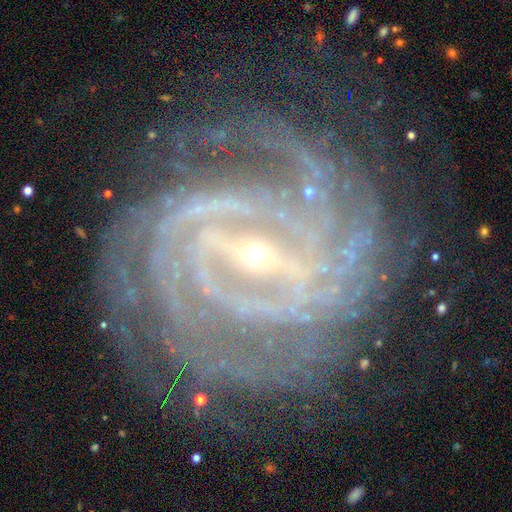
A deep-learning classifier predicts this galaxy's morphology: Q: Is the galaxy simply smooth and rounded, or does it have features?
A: featured or disk — 92%.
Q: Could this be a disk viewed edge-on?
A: no — 96%.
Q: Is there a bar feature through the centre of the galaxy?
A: strong — 67%.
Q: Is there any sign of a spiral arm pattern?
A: yes — 98%.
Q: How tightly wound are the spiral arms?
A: tight — 68%.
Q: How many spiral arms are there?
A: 4 — 22%.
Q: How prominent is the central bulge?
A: small — 81%.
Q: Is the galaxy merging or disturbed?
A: none — 70%.